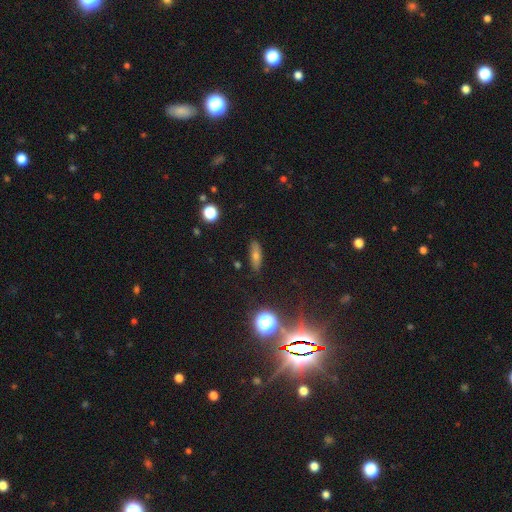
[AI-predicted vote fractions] smooth-or-featured: smooth: 43% | star or artifact: 34% | featured or disk: 23%
  merging: none: 85% | minor disturbance: 10% | major disturbance: 3% | merger: 2%